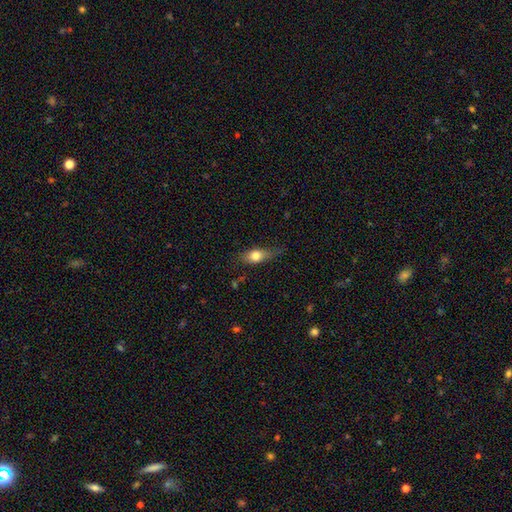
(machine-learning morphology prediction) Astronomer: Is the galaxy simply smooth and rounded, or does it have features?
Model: smooth — 69%.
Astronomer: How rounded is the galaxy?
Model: in between — 67%.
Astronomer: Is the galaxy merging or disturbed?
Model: none — 59%.